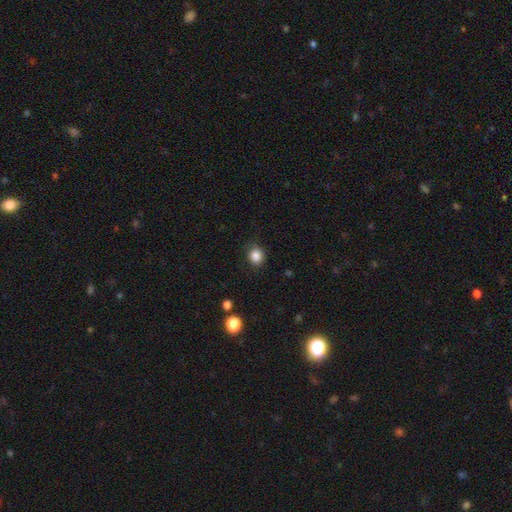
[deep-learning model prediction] Smooth or featured?
  - smooth: 86% *
  - star or artifact: 10%
  - featured or disk: 4%
How rounded?
  - round: 72% *
  - in between: 27%
  - cigar-shaped: 1%
Merging?
  - none: 79% *
  - minor disturbance: 16%
  - major disturbance: 4%
  - merger: 1%